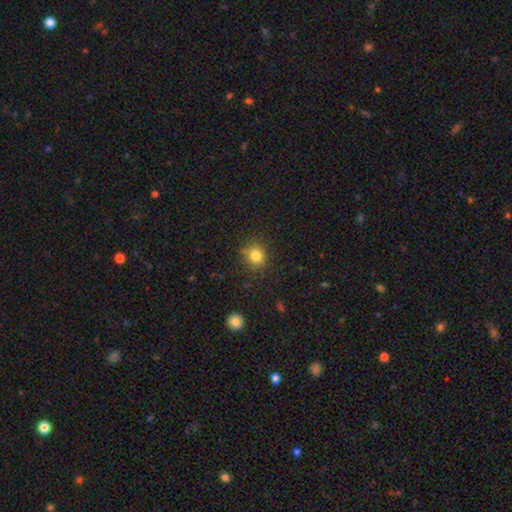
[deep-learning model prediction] The model was most divided on "how rounded": round: 82%, in between: 17%, cigar-shaped: 1%. More confident: merging — none (82%); smooth or featured — smooth (81%).